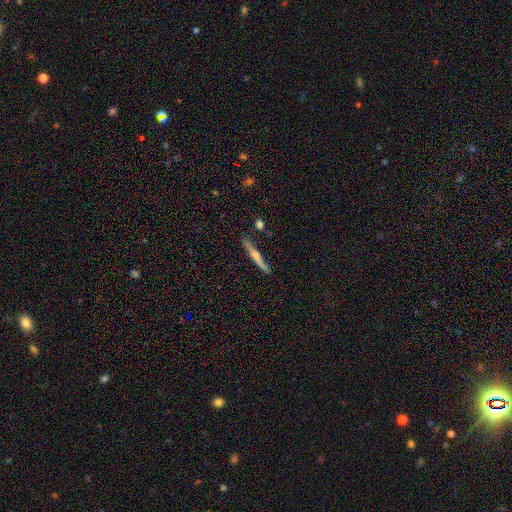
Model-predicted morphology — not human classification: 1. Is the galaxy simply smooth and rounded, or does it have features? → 66% featured or disk, 27% smooth, 7% star or artifact.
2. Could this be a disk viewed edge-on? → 97% yes, 3% no.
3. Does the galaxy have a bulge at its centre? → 81% rounded, 13% none, 7% boxy.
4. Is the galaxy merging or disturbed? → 84% none, 11% minor disturbance, 3% merger, 2% major disturbance.